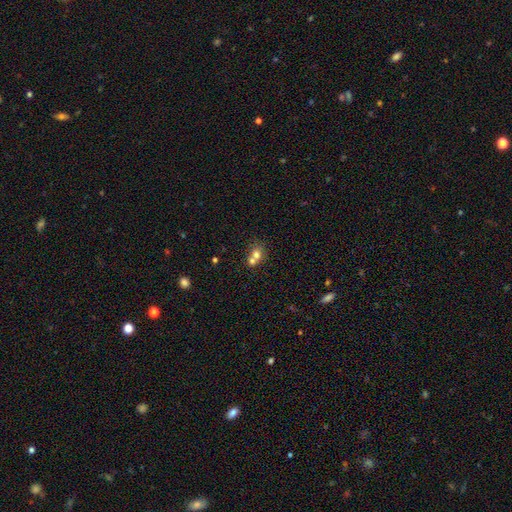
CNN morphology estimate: smooth-or-featured: smooth: 70% | featured or disk: 17% | star or artifact: 14%
  how-rounded: round: 70% | in between: 29% | cigar-shaped: 1%
  merging: merger: 59% | none: 32% | minor disturbance: 6% | major disturbance: 3%